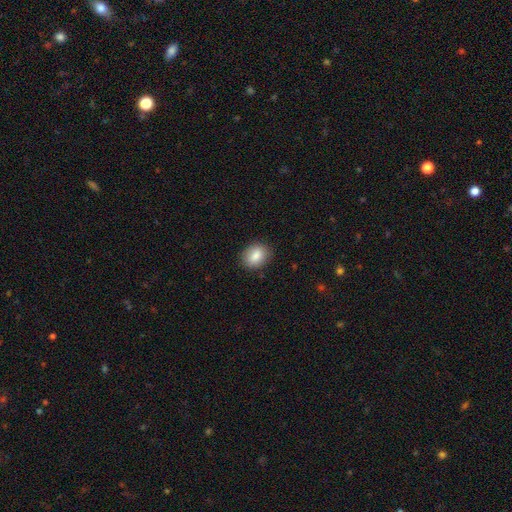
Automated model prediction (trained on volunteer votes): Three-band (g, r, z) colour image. It shows a smooth galaxy with no disk features (86%) that is in between round and cigar-shaped (62%). Merging: none (87%).